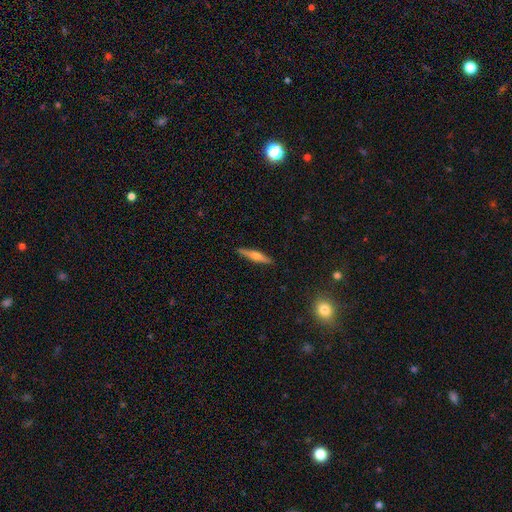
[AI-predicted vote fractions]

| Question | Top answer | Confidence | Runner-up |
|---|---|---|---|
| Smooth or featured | featured or disk | 51% | smooth (42%) |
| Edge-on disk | yes | 97% | no (3%) |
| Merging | none | 90% | minor disturbance (7%) |